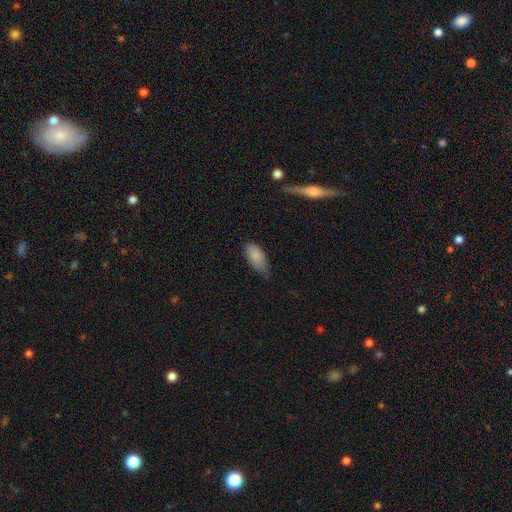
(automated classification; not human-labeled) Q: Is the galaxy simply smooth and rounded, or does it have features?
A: smooth — 84%.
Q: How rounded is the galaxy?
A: in between — 92%.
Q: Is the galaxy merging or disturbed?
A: minor disturbance — 45%.